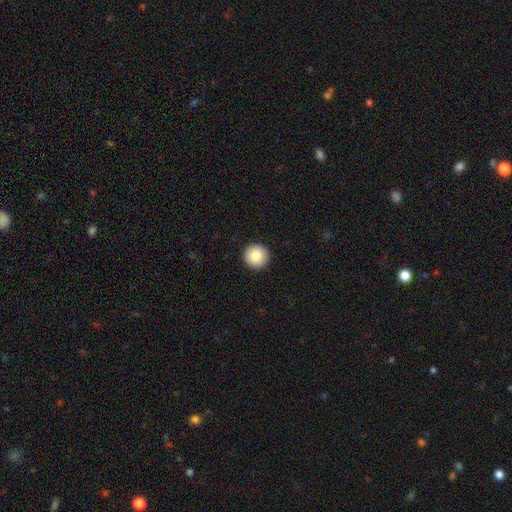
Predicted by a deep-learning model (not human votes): Smooth or featured: smooth — 85% (star or artifact — 8%)
How rounded: round — 96% (in between — 3%)
Merging: none — 93% (minor disturbance — 4%)